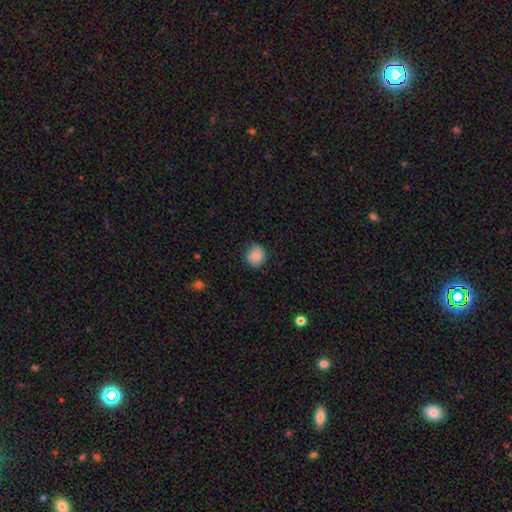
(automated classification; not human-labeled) smooth_or_featured: smooth (p=0.84) [alt: star or artifact p=0.09]
how_rounded: round (p=0.87) [alt: in between p=0.12]
merging: none (p=0.81) [alt: minor disturbance p=0.15]